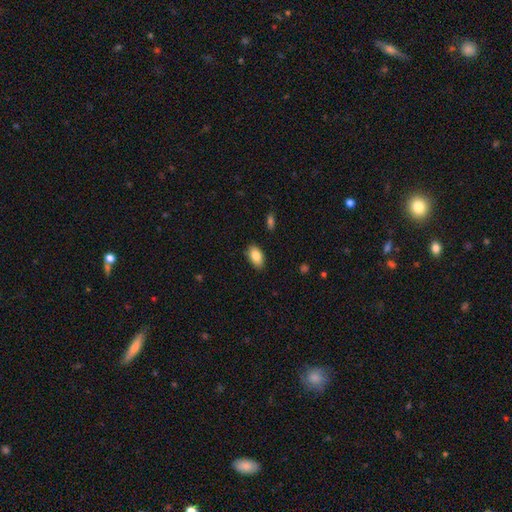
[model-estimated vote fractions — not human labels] smooth_or_featured: smooth (p=0.85) [alt: featured or disk p=0.07]
how_rounded: in between (p=0.92) [alt: round p=0.05]
merging: none (p=0.86) [alt: minor disturbance p=0.11]